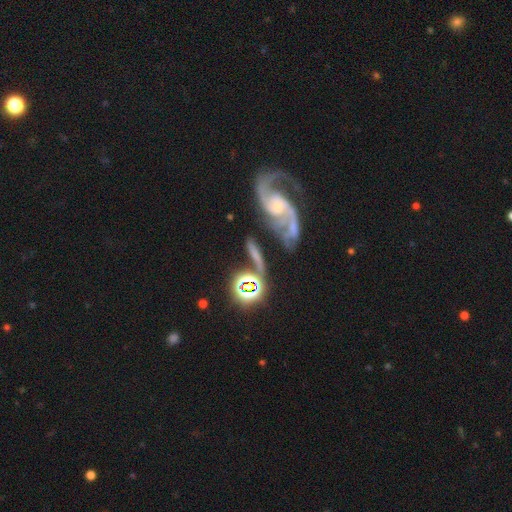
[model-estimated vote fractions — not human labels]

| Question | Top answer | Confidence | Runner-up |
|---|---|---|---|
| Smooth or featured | featured or disk | 46% | smooth (33%) |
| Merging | none | 41% | merger (28%) |